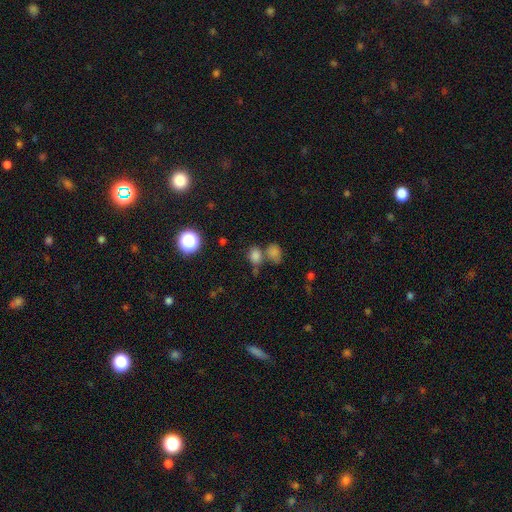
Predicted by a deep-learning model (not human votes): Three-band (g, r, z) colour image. It shows a smooth galaxy with no disk features (76%) that is round (55%). Merging: none (50%).